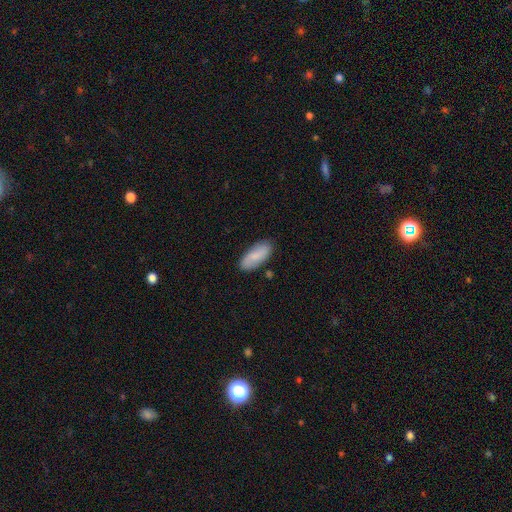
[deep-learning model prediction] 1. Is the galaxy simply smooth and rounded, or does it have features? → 74% smooth, 20% featured or disk, 6% star or artifact.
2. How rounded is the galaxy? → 85% in between, 12% cigar-shaped, 2% round.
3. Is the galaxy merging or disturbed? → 83% none, 12% minor disturbance, 2% major disturbance, 2% merger.